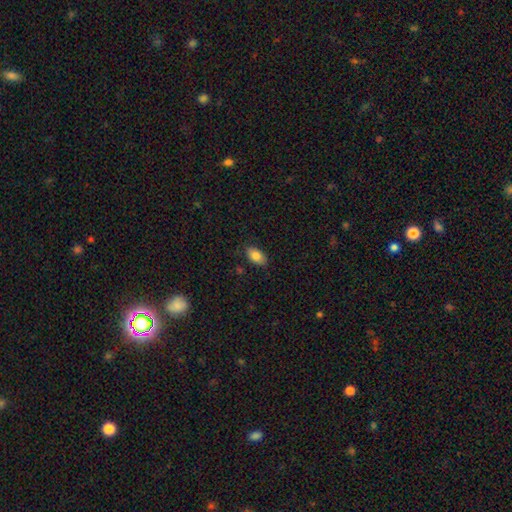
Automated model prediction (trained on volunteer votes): smooth 83%, featured or disk 9%, star or artifact 7%. Down the decision tree: how rounded — in between (93%); merging — none (84%).